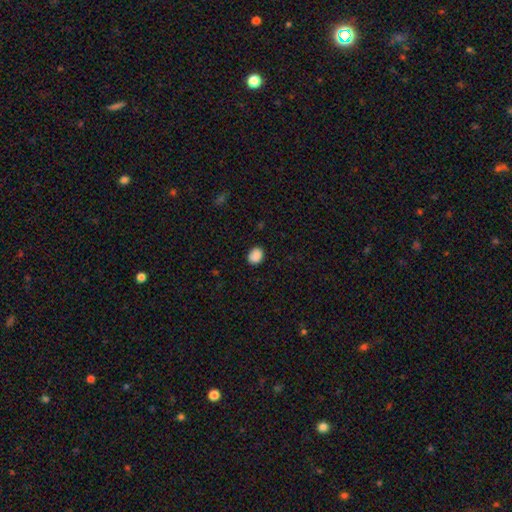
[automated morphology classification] Q: Smooth or featured?
A: smooth (88%); runner-up: star or artifact (9%)
Q: How rounded?
A: in between (52%); runner-up: round (47%)
Q: Merging?
A: none (84%); runner-up: minor disturbance (12%)